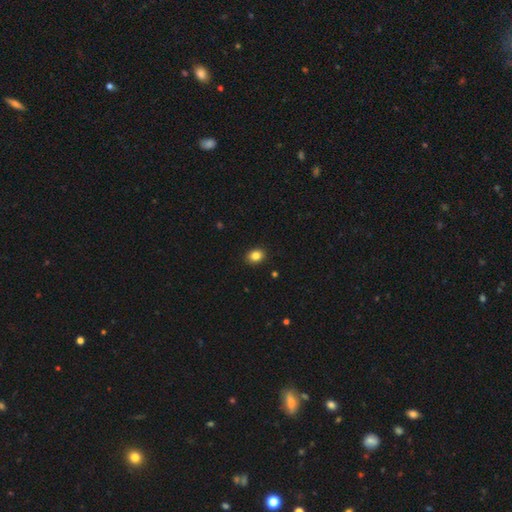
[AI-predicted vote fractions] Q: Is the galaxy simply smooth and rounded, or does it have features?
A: smooth — 85%.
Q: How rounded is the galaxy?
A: in between — 52%.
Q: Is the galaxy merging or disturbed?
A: none — 90%.